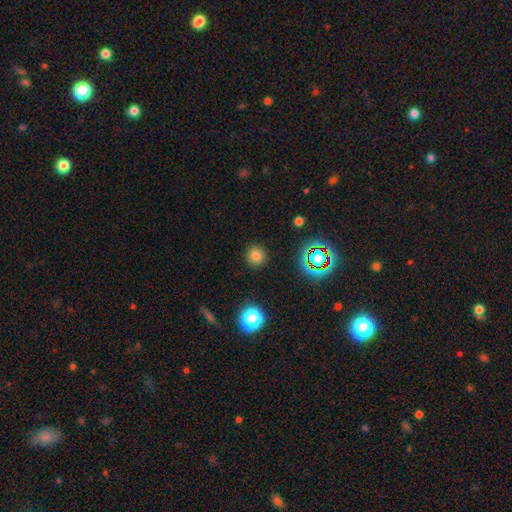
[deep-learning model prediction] Smooth or featured? Predicted: smooth (p=0.76). How rounded? Predicted: round (p=0.95). Merging? Predicted: none (p=0.91).